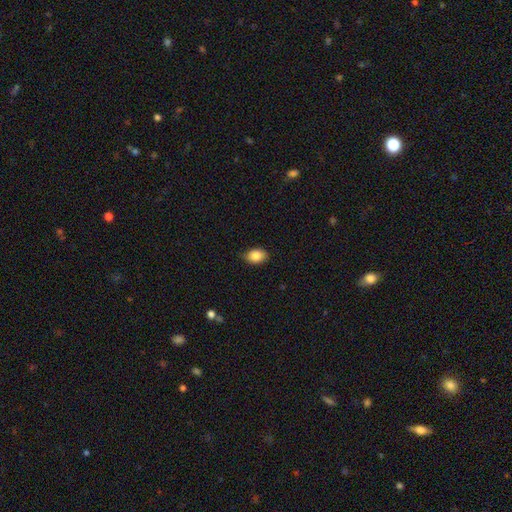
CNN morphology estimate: type=smooth (86%); roundness=in between (82%); merging=none (84%).